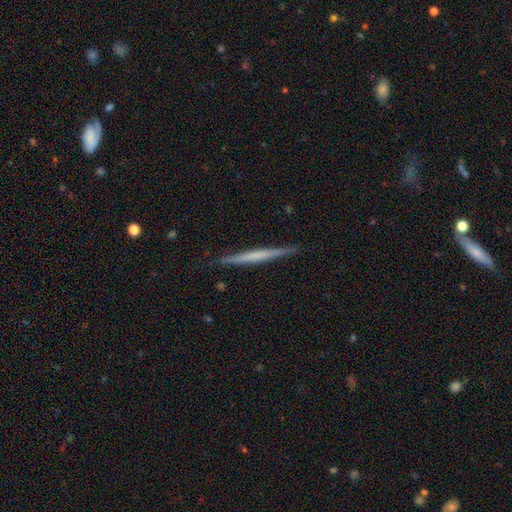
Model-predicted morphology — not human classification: The model was most divided on "smooth or featured": featured or disk: 57%, smooth: 38%, star or artifact: 6%. More confident: edge-on disk — yes (98%); merging — none (90%); edge-on bulge — none (76%).